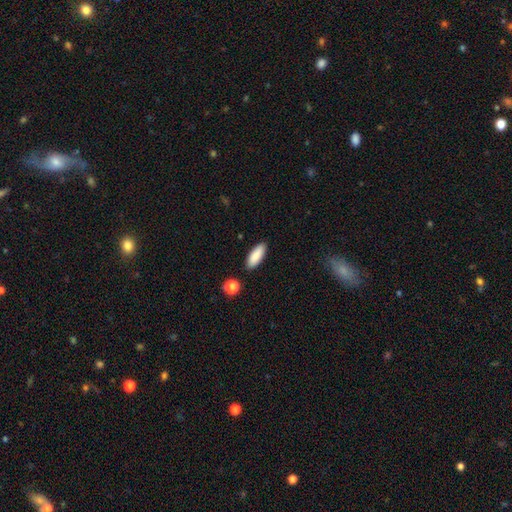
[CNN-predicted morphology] Smooth or featured?
  - smooth: 88% *
  - star or artifact: 6%
  - featured or disk: 5%
How rounded?
  - in between: 73% *
  - cigar-shaped: 25%
  - round: 2%
Merging?
  - none: 88% *
  - minor disturbance: 8%
  - merger: 2%
  - major disturbance: 2%